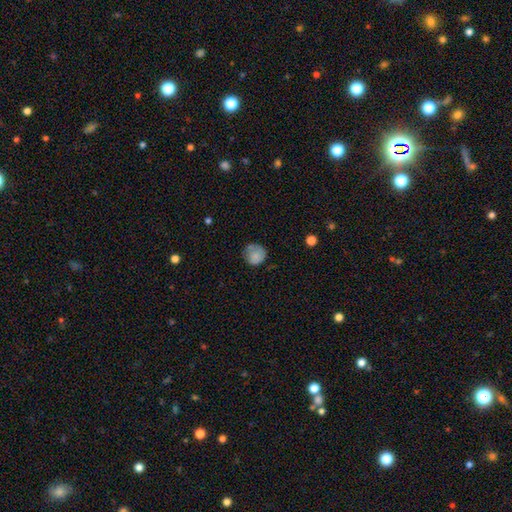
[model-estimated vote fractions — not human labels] Smooth or featured: smooth — 77% (featured or disk — 14%)
How rounded: round — 86% (in between — 13%)
Merging: none — 62% (minor disturbance — 26%)